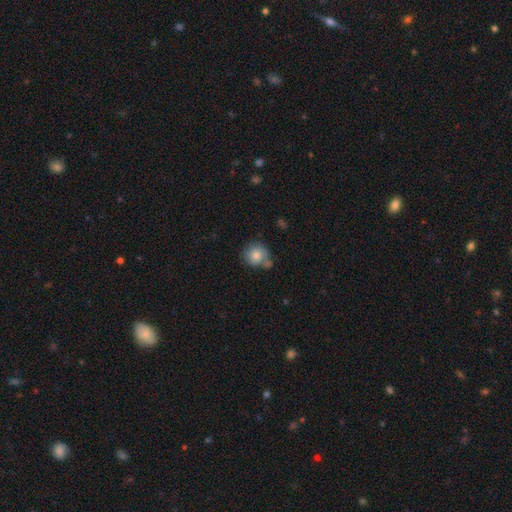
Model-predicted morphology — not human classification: smooth-or-featured: smooth: 79% | featured or disk: 12% | star or artifact: 9%
  how-rounded: round: 90% | in between: 9% | cigar-shaped: 1%
  merging: none: 61% | merger: 17% | minor disturbance: 17% | major disturbance: 5%